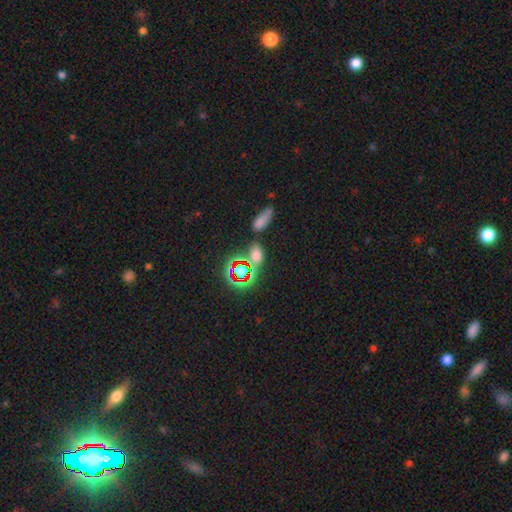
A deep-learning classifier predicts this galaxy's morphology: smooth-or-featured: smooth: 52% | star or artifact: 37% | featured or disk: 10%
  how-rounded: in between: 75% | round: 19% | cigar-shaped: 6%
  merging: none: 65% | merger: 15% | minor disturbance: 13% | major disturbance: 7%